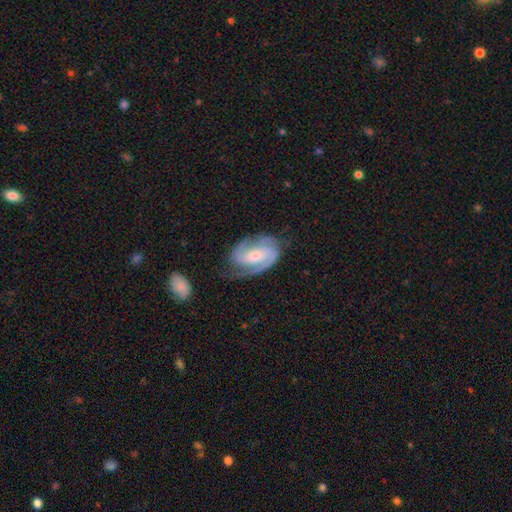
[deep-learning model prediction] Morphology: type=featured or disk (88%); edge-on=no (97%); bar=weak (42%); spiral arms=yes (98%); winding=tight (48%); arm count=2 (74%); bulge=moderate (47%); merging=none (70%).